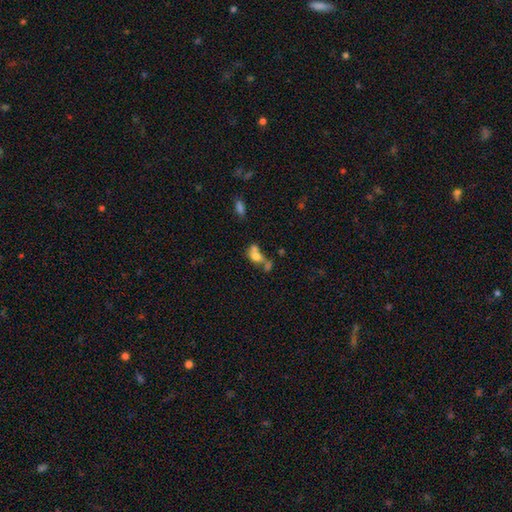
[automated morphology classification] This is likely a smooth galaxy (67%). How rounded: likely in between (60%). Merging: possibly merger (60%).